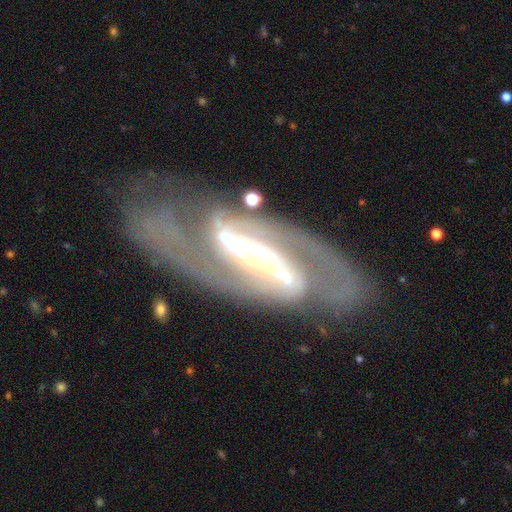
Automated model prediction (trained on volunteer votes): Morphology: type=featured or disk (90%); edge-on=no (94%); bar=strong (69%); spiral arms=yes (96%); winding=medium (49%); arm count=2 (87%); bulge=small (63%); merging=none (63%).